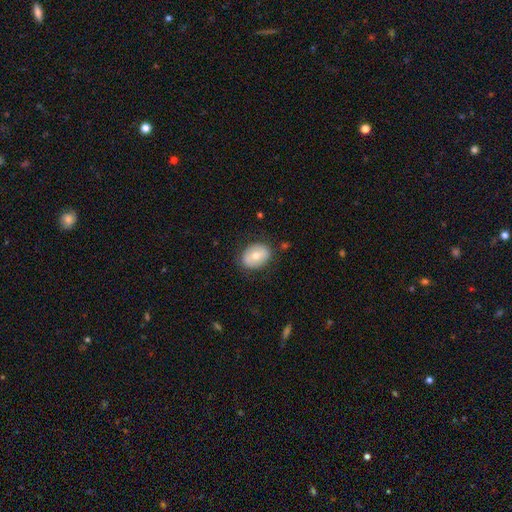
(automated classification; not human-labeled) Smooth or featured? Predicted: smooth (p=0.65). How rounded? Predicted: in between (p=0.68). Merging? Predicted: none (p=0.81).